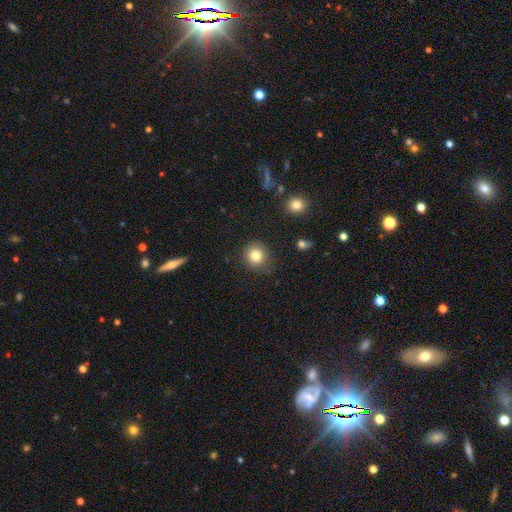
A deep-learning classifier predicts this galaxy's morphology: smooth-or-featured: smooth: 82% | star or artifact: 11% | featured or disk: 7%
  how-rounded: round: 90% | in between: 9% | cigar-shaped: 1%
  merging: none: 83% | minor disturbance: 12% | major disturbance: 3% | merger: 2%